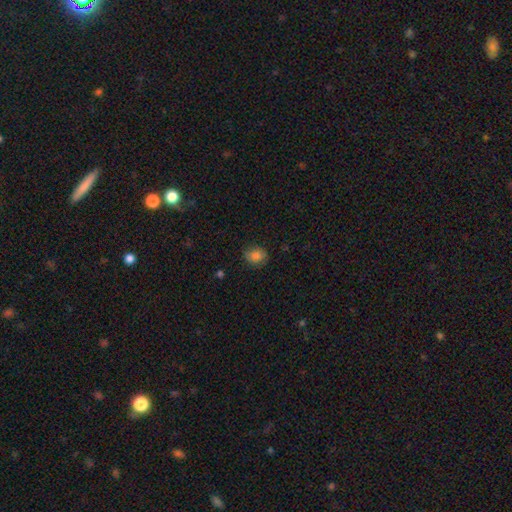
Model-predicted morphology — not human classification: type=smooth (83%); roundness=round (54%); merging=none (77%).